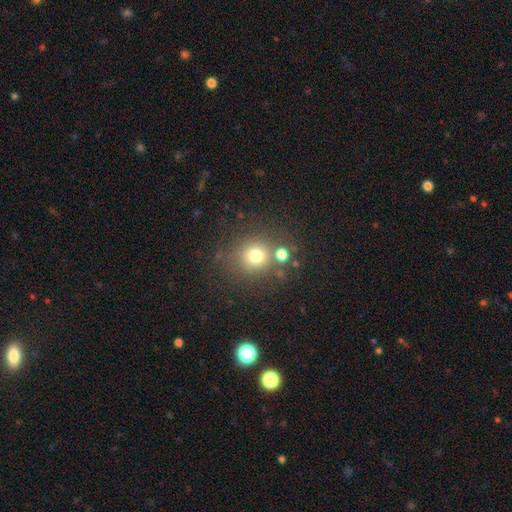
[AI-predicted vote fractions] Q: Smooth or featured?
A: smooth (73%); runner-up: star or artifact (17%)
Q: How rounded?
A: round (90%); runner-up: in between (10%)
Q: Merging?
A: none (70%); runner-up: merger (15%)